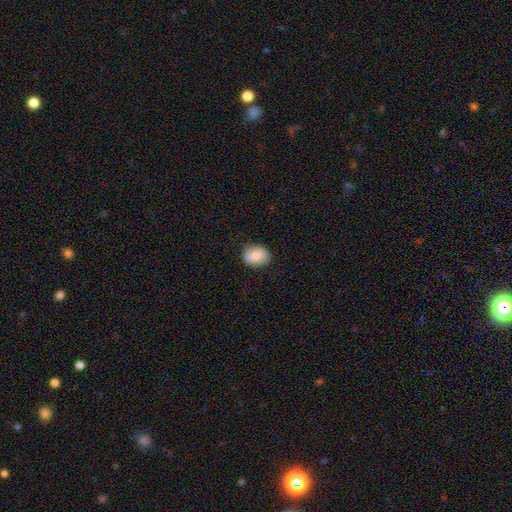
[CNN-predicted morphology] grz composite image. It shows a smooth galaxy with no disk features (74%) that is in between round and cigar-shaped (55%). Merging: none (84%).